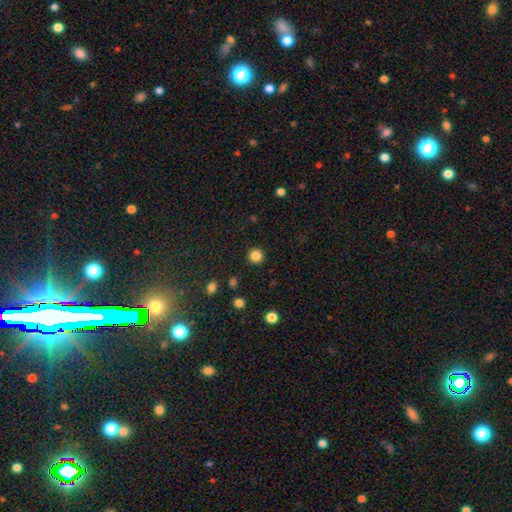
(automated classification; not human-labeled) Smooth or featured? smooth (84%)
How rounded? round (95%)
Merging? none (92%)